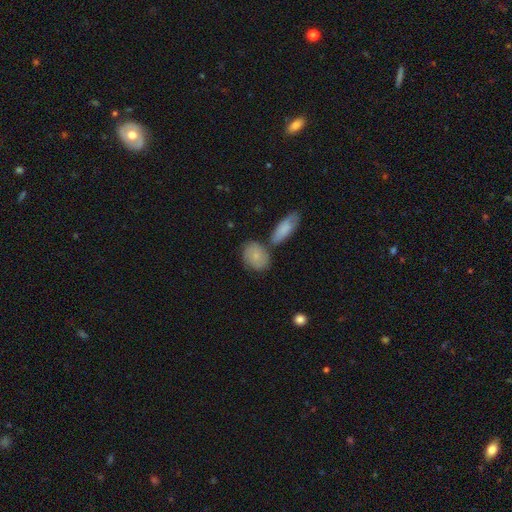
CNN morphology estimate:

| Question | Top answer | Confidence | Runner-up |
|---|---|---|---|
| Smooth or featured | smooth | 72% | featured or disk (21%) |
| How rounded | in between | 61% | round (35%) |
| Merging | none | 57% | merger (23%) |